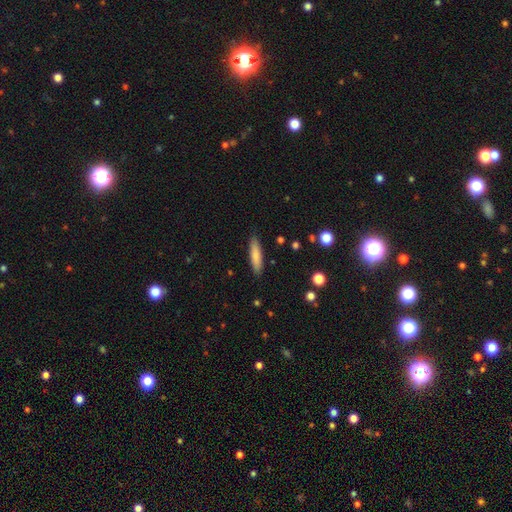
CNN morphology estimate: smooth 81%, featured or disk 13%, star or artifact 6%. Down the decision tree: how rounded — cigar-shaped (78%); merging — none (89%).